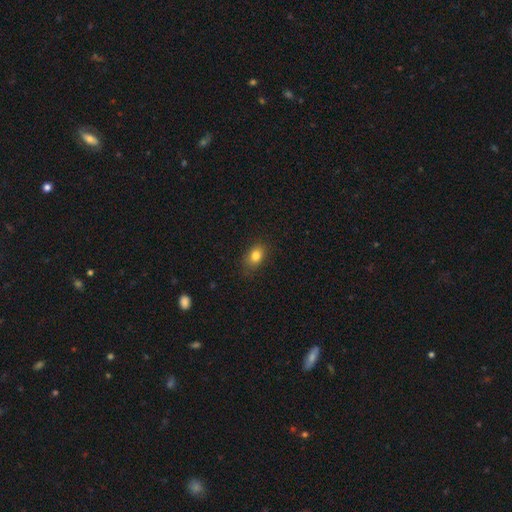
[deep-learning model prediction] smooth_or_featured: smooth (p=0.82) [alt: star or artifact p=0.10]
how_rounded: in between (p=0.73) [alt: round p=0.25]
merging: none (p=0.80) [alt: minor disturbance p=0.15]